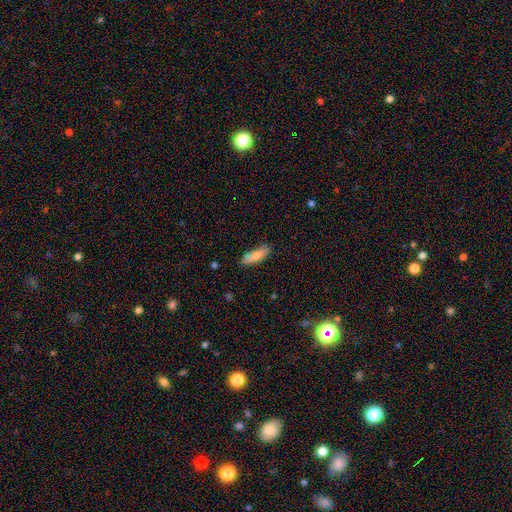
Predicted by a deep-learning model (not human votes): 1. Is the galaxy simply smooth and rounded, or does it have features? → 82% smooth, 12% featured or disk, 6% star or artifact.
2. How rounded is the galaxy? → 51% in between, 47% cigar-shaped, 2% round.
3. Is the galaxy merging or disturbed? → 79% none, 16% minor disturbance, 3% major disturbance, 3% merger.